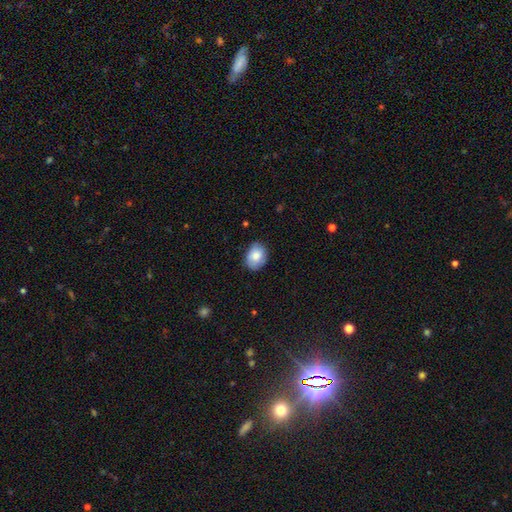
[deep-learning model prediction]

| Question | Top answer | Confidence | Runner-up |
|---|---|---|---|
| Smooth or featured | smooth | 81% | featured or disk (12%) |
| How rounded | in between | 62% | round (37%) |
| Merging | none | 78% | minor disturbance (18%) |